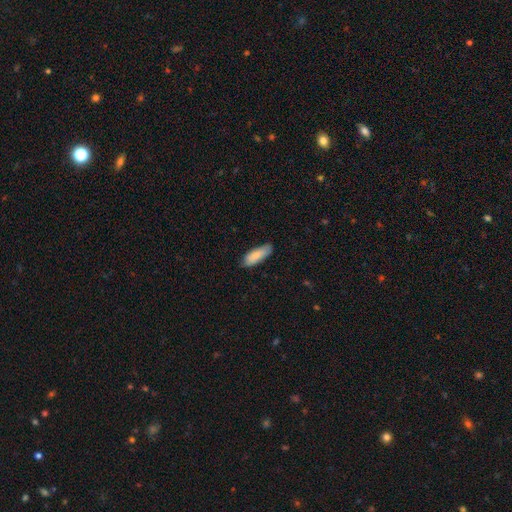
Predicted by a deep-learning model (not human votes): A smooth galaxy with no disk features (82%) that is in between round and cigar-shaped (64%).

Vote fractions:
- Smooth or featured? smooth: 82% / featured or disk: 12% / star or artifact: 5%
- How rounded? in between: 64% / cigar-shaped: 34% / round: 2%
- Merging? none: 81% / minor disturbance: 16% / major disturbance: 2% / merger: 1%